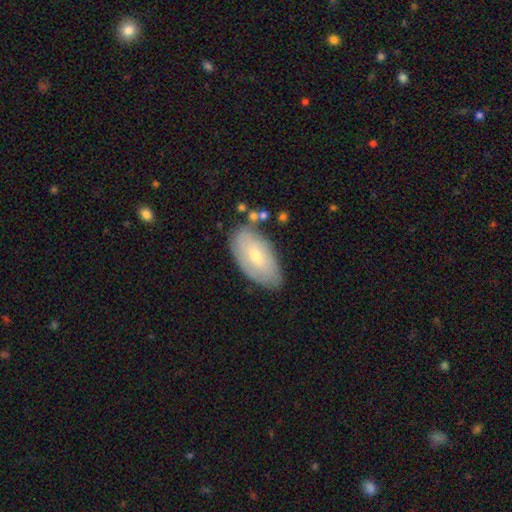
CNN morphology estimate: type=smooth (54%); roundness=in between (93%); merging=none (71%).